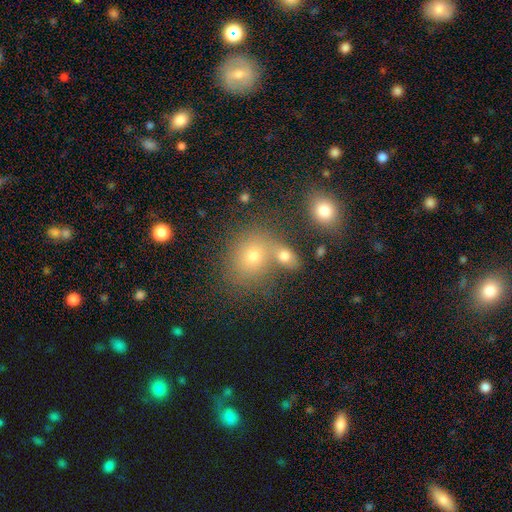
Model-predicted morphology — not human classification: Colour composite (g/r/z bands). It shows a smooth galaxy with no disk features (63%) that is round (67%). Merging: none (62%).